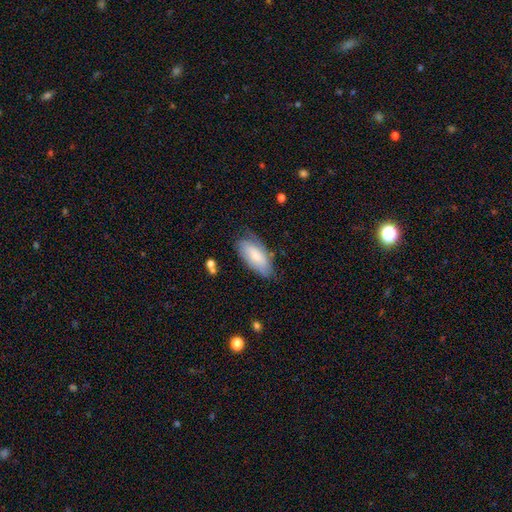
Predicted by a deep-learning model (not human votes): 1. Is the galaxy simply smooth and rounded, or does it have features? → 69% smooth, 25% featured or disk, 6% star or artifact.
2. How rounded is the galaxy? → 88% in between, 10% cigar-shaped, 2% round.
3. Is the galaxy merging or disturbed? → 60% none, 28% minor disturbance, 9% major disturbance, 2% merger.